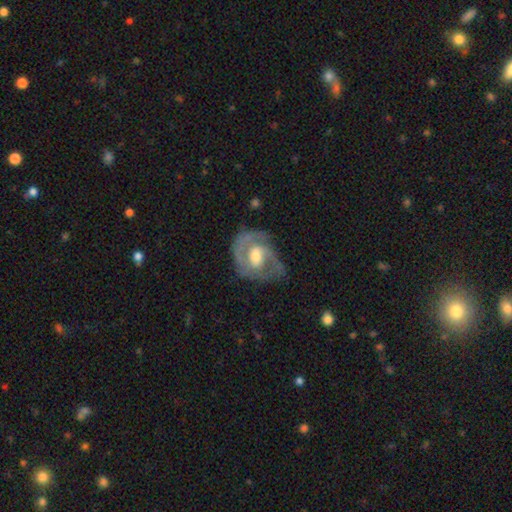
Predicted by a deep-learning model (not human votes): A featured or disk galaxy (83%) with a weak bar (48%), 2 (61%) medium (46%) spiral arms (91%) and a moderate central bulge (67%). Merging: none (62%).